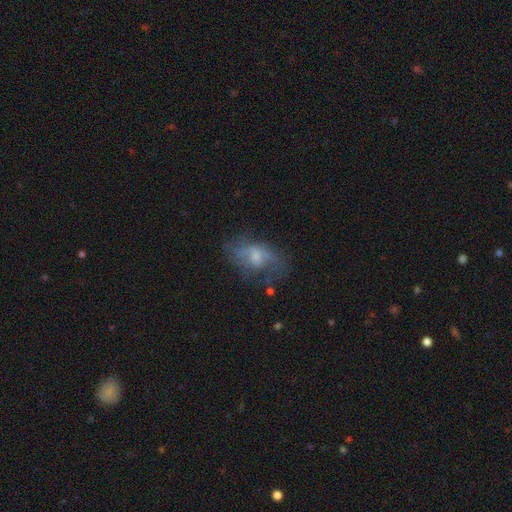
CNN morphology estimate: Overall: featured or disk (50%; smooth 38%). Merging: none (47%; major disturbance 25%).